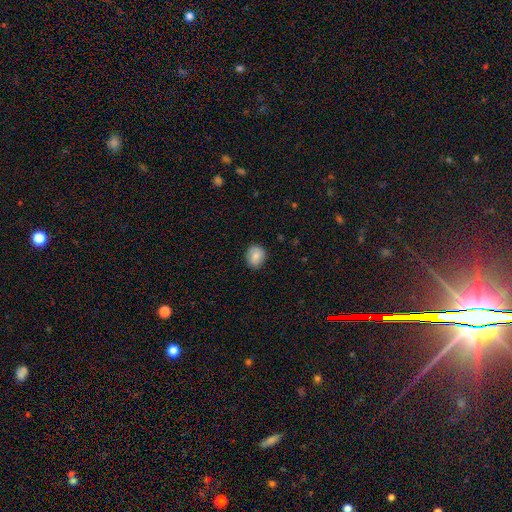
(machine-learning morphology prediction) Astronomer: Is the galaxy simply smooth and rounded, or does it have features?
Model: smooth — 77%.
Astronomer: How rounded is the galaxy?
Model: round — 70%.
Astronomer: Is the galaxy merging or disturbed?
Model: none — 85%.